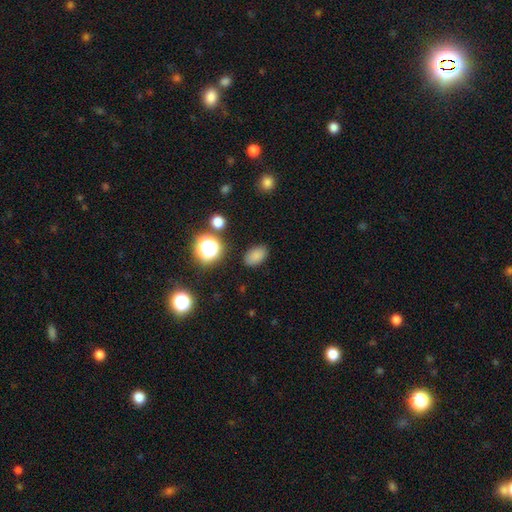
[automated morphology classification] Q: Smooth or featured?
A: smooth (81%); runner-up: star or artifact (14%)
Q: How rounded?
A: in between (86%); runner-up: round (13%)
Q: Merging?
A: none (85%); runner-up: minor disturbance (10%)